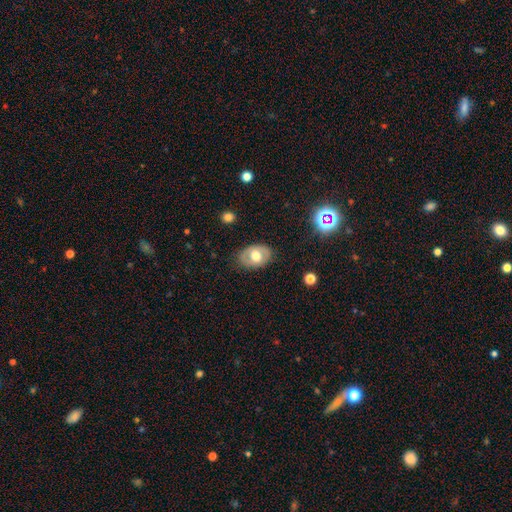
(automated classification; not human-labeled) This appears to be a smooth galaxy with no disk features (52%) that is in between round and cigar-shaped (77%). Merging: none (81%).